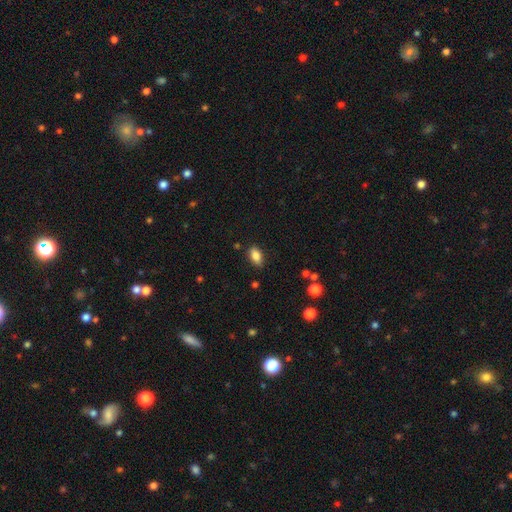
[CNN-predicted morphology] smooth_or_featured: smooth (p=0.84) [alt: star or artifact p=0.09]
how_rounded: in between (p=0.90) [alt: round p=0.06]
merging: none (p=0.84) [alt: minor disturbance p=0.12]